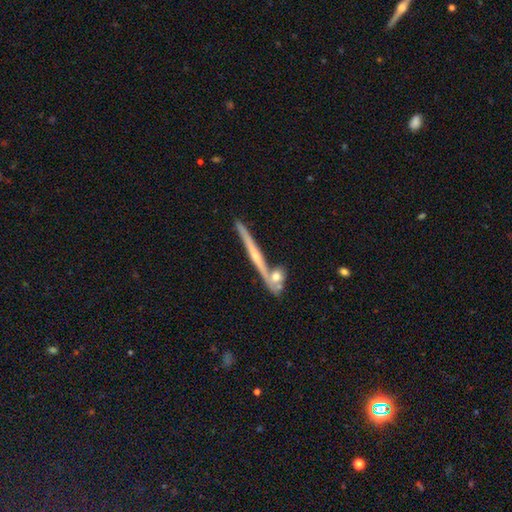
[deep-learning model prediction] Smooth or featured? featured or disk (71%)
Edge-on disk? yes (96%)
Edge-on bulge? rounded (57%)
Merging? none (73%)